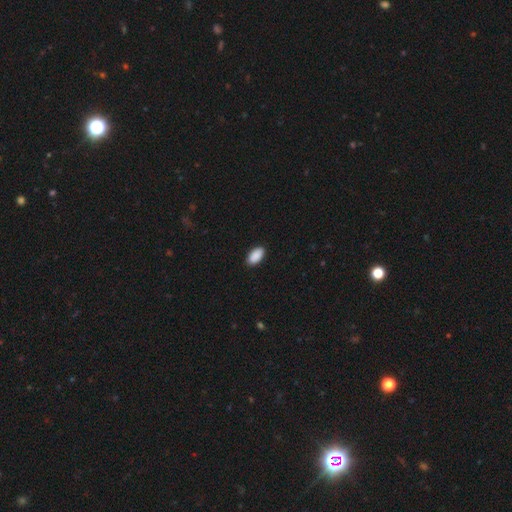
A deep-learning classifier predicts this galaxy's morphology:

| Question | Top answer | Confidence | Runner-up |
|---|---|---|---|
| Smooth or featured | smooth | 91% | star or artifact (6%) |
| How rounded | in between | 95% | round (3%) |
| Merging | none | 90% | minor disturbance (8%) |